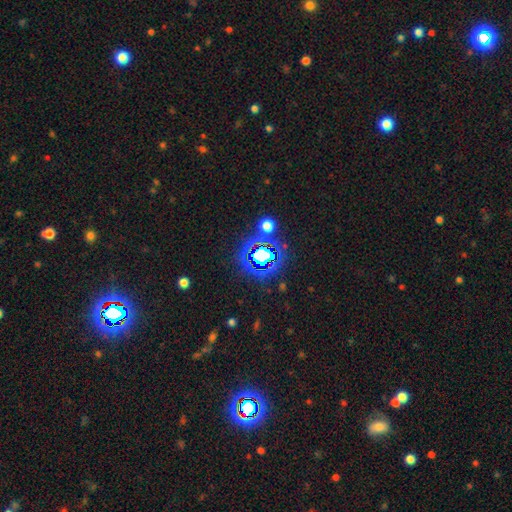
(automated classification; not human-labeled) smooth-or-featured: star or artifact: 78% | smooth: 14% | featured or disk: 8%